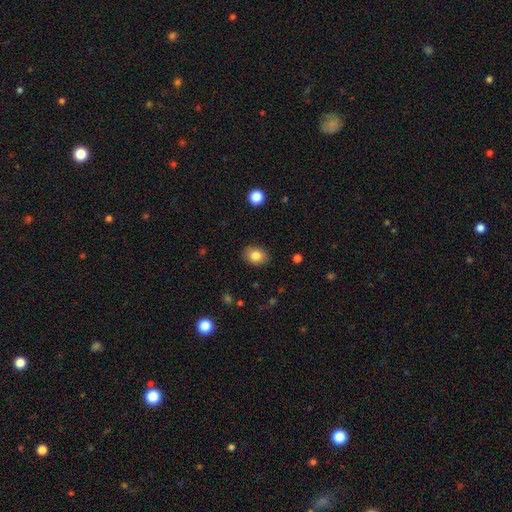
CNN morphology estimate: Smooth or featured?
  - smooth: 83% *
  - featured or disk: 9%
  - star or artifact: 9%
How rounded?
  - in between: 62% *
  - round: 37%
  - cigar-shaped: 1%
Merging?
  - none: 86% *
  - minor disturbance: 10%
  - major disturbance: 3%
  - merger: 1%